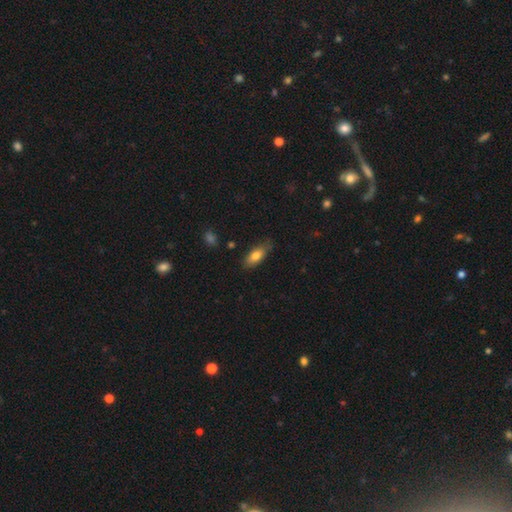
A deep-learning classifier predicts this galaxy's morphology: This is likely a smooth galaxy (80%). How rounded: clearly in between (80%). Merging: likely none (74%).